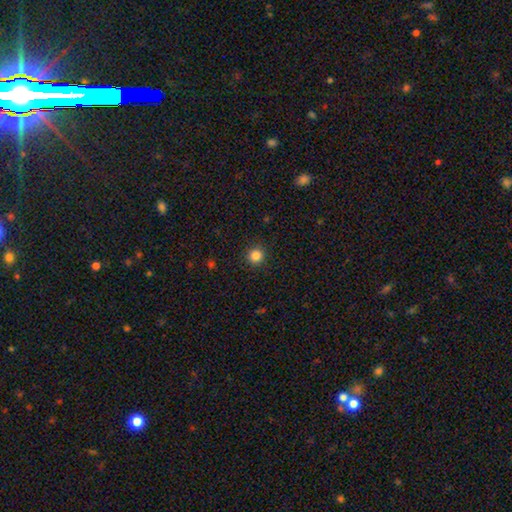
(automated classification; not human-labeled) Smooth or featured?
  - smooth: 84% *
  - star or artifact: 12%
  - featured or disk: 4%
How rounded?
  - round: 94% *
  - in between: 5%
  - cigar-shaped: 1%
Merging?
  - none: 91% *
  - minor disturbance: 6%
  - major disturbance: 2%
  - merger: 1%